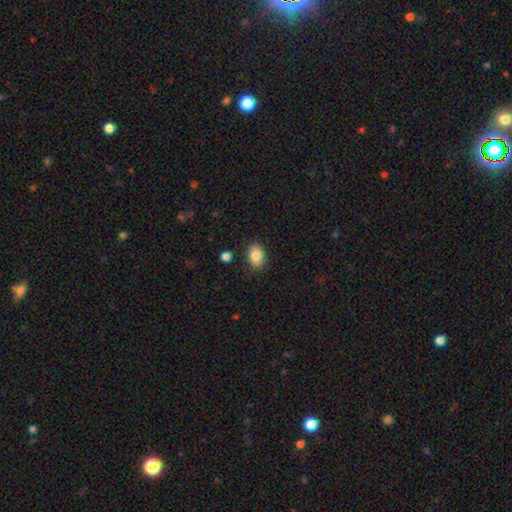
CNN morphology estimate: smooth 85%, star or artifact 8%, featured or disk 7%. Down the decision tree: how rounded — in between (85%); merging — none (86%).